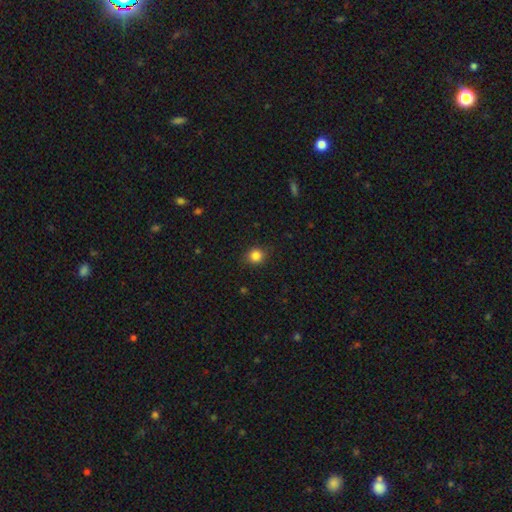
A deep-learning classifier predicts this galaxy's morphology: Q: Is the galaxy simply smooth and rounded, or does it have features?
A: smooth — 84%.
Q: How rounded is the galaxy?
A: round — 82%.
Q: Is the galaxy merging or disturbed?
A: none — 86%.